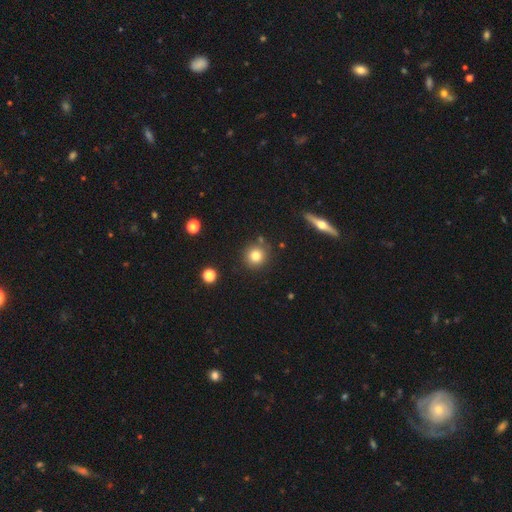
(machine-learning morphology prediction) Smooth or featured: smooth — 79% (star or artifact — 12%)
How rounded: round — 92% (in between — 6%)
Merging: none — 84% (minor disturbance — 8%)